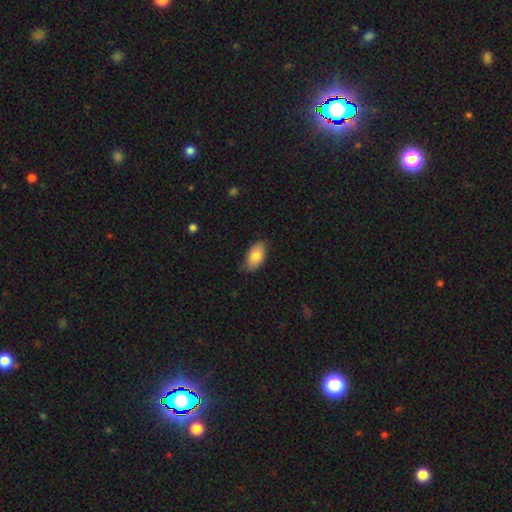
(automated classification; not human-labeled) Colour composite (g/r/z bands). It shows a smooth galaxy with no disk features (81%) that is in between round and cigar-shaped (94%). Merging: none (81%).